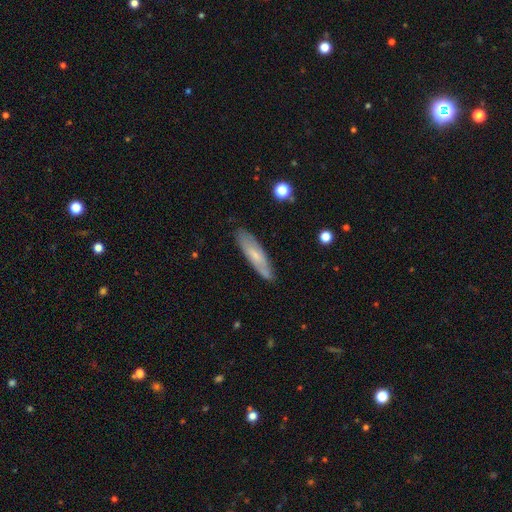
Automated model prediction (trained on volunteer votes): A smooth galaxy with no disk features (57%) that is cigar-shaped (71%). Merging: none (83%).